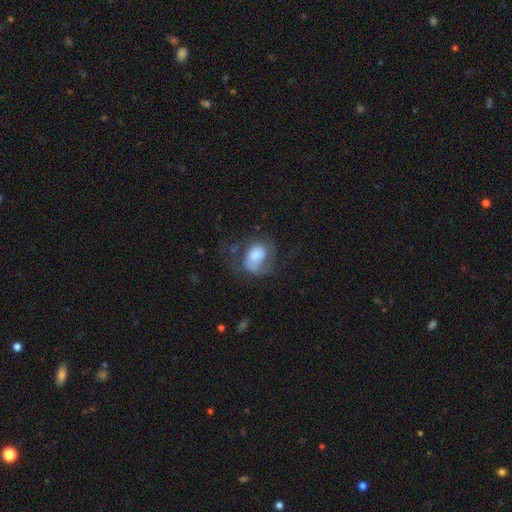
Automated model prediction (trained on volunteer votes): This is possibly a smooth galaxy (52%). How rounded: likely in between (64%). Merging: marginally major disturbance (38%).